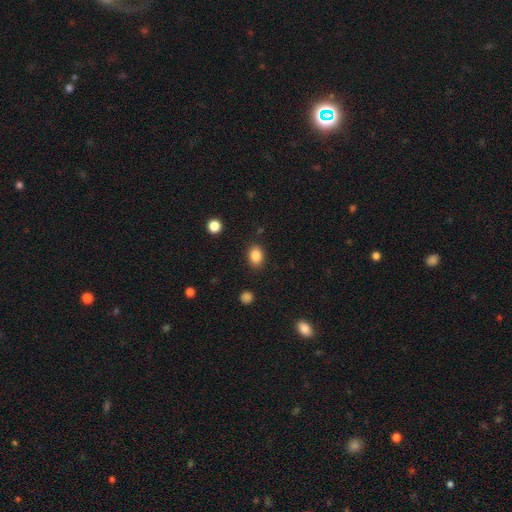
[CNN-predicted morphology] smooth 86%, star or artifact 9%, featured or disk 5%. Down the decision tree: how rounded — in between (67%); merging — none (87%).